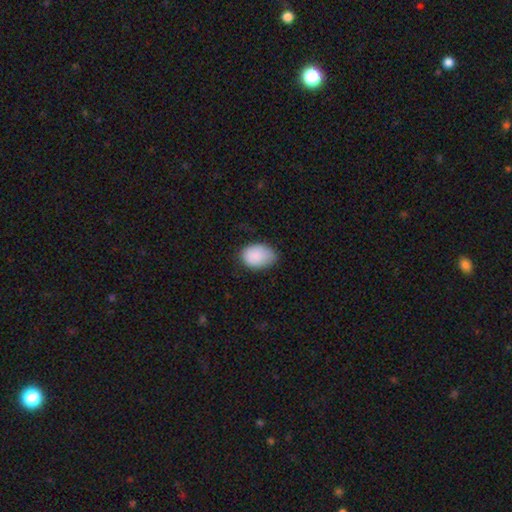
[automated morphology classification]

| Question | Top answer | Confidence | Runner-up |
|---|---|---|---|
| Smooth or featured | smooth | 89% | star or artifact (7%) |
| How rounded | in between | 83% | round (16%) |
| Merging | none | 64% | minor disturbance (29%) |